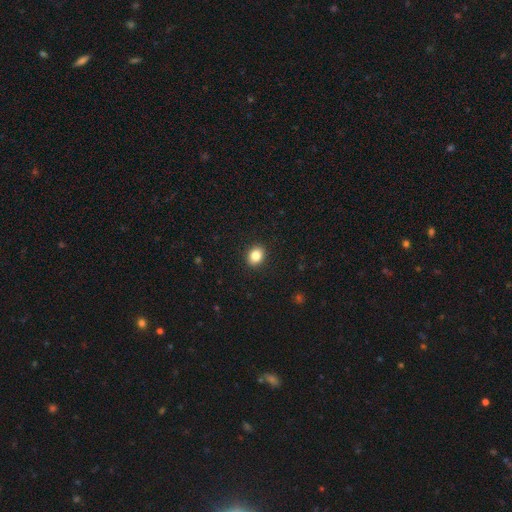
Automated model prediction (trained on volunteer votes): Smooth or featured: smooth — 84% (star or artifact — 10%)
How rounded: in between — 54% (round — 45%)
Merging: none — 91% (minor disturbance — 6%)